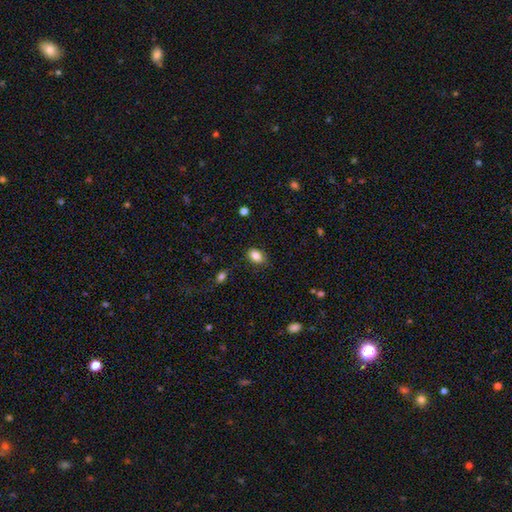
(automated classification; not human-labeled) A smooth galaxy with no disk features (84%) that is in between round and cigar-shaped (79%).

Vote fractions:
- Smooth or featured? smooth: 84% / star or artifact: 9% / featured or disk: 7%
- How rounded? in between: 79% / round: 19% / cigar-shaped: 1%
- Merging? none: 81% / minor disturbance: 15% / major disturbance: 3% / merger: 1%